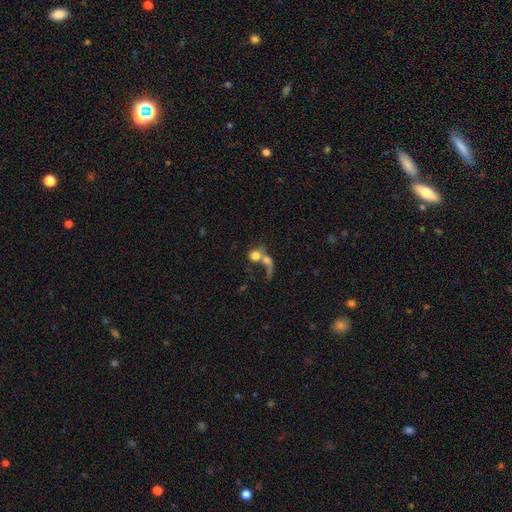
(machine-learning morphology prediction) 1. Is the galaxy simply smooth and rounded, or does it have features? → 61% smooth, 28% featured or disk, 10% star or artifact.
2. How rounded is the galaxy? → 73% round, 24% in between, 3% cigar-shaped.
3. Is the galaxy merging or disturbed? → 59% merger, 17% none, 17% major disturbance, 7% minor disturbance.